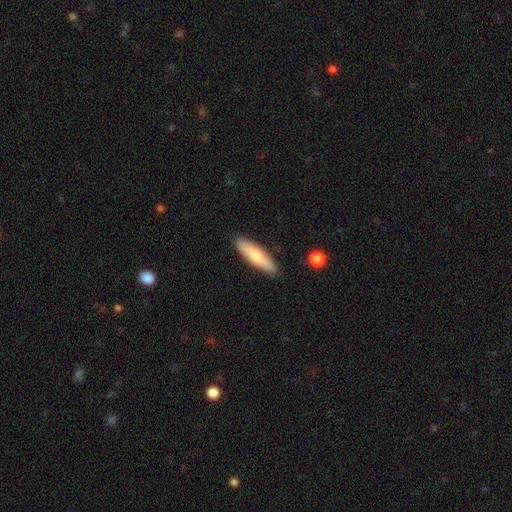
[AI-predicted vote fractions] smooth 72%, featured or disk 22%, star or artifact 6%. Down the decision tree: how rounded — cigar-shaped (69%); merging — none (88%).